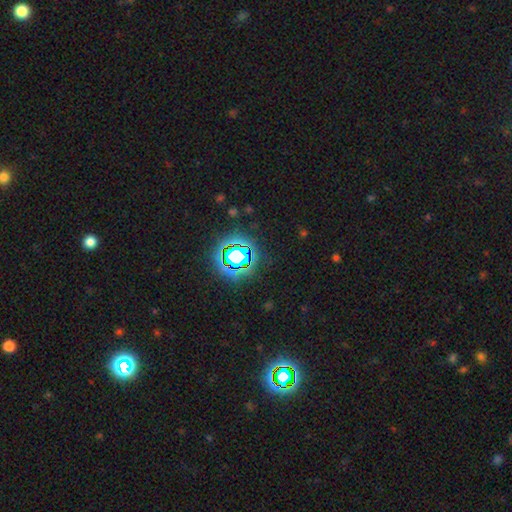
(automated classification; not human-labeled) smooth-or-featured: star or artifact: 80% | smooth: 13% | featured or disk: 7%